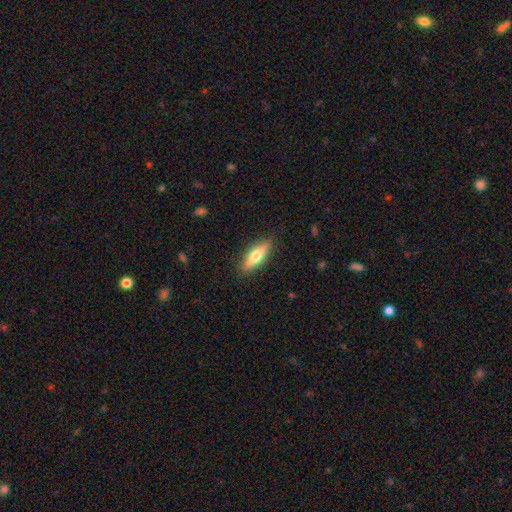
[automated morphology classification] smooth_or_featured: smooth (p=0.55) [alt: featured or disk p=0.38]
how_rounded: cigar-shaped (p=0.52) [alt: in between p=0.45]
merging: none (p=0.87) [alt: minor disturbance p=0.10]